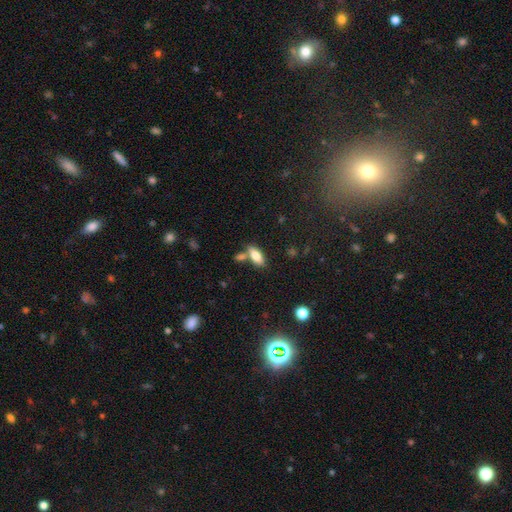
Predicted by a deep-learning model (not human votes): Smooth or featured: smooth — 77% (featured or disk — 15%)
How rounded: in between — 80% (cigar-shaped — 18%)
Merging: none — 63% (merger — 21%)